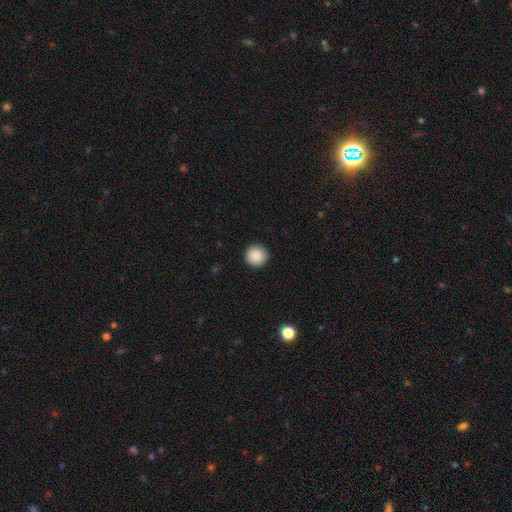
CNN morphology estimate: Smooth or featured? Predicted: smooth (p=0.89). How rounded? Predicted: round (p=0.96). Merging? Predicted: none (p=0.92).